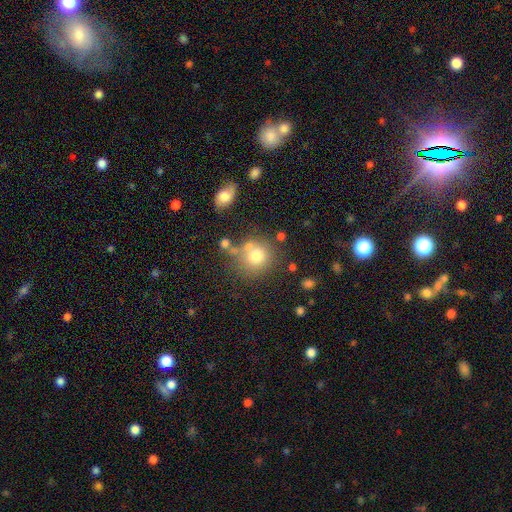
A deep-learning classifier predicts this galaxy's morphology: Smooth or featured? smooth (75%)
How rounded? round (87%)
Merging? none (64%)